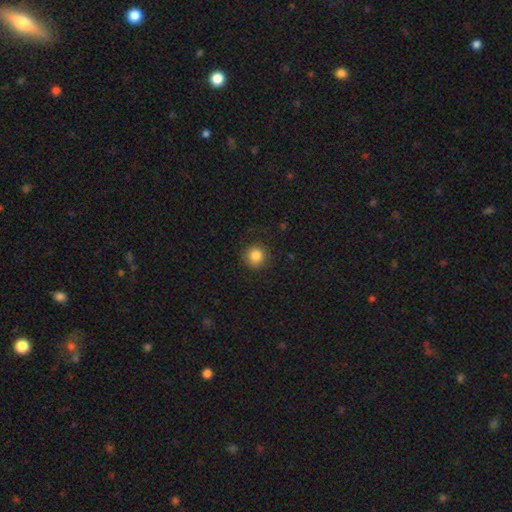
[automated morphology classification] The model was most divided on "smooth or featured": smooth: 85%, star or artifact: 10%, featured or disk: 5%. More confident: how rounded — round (93%); merging — none (87%).